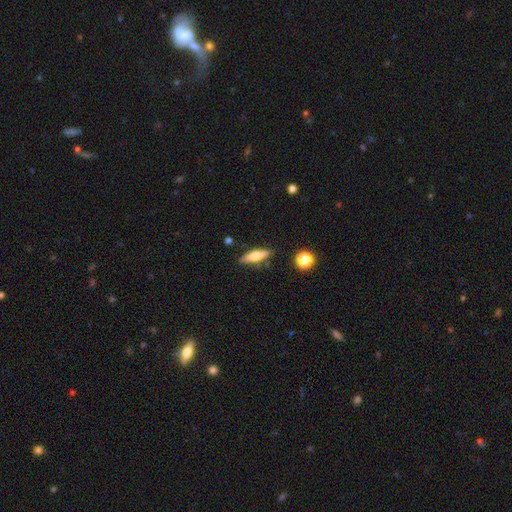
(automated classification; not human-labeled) Smooth or featured: smooth — 57% (featured or disk — 35%)
How rounded: cigar-shaped — 66% (in between — 31%)
Merging: none — 84% (minor disturbance — 10%)